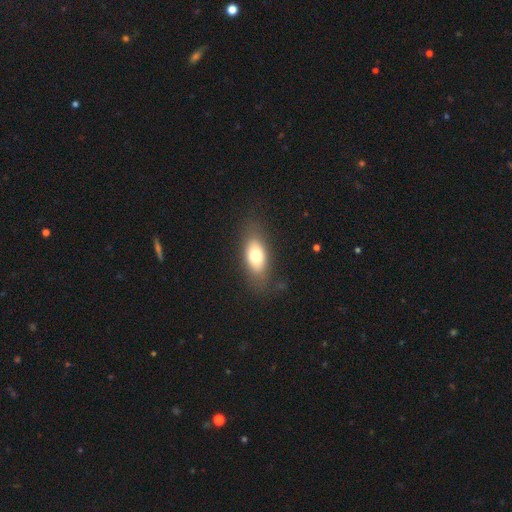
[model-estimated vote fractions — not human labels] This is likely a smooth galaxy (70%). How rounded: clearly in between (85%). Merging: likely none (78%).